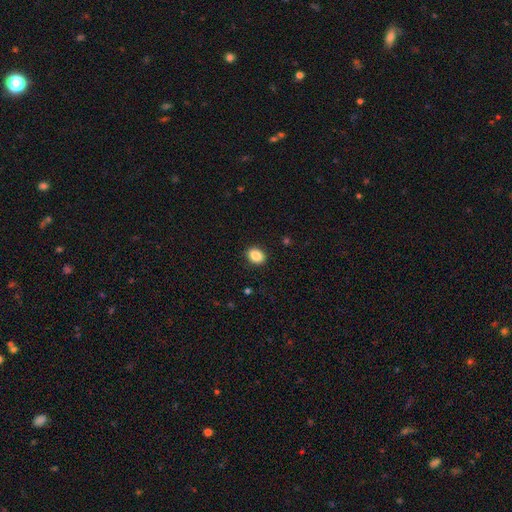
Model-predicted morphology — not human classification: Smooth or featured: smooth — 88% (star or artifact — 8%)
How rounded: in between — 66% (round — 33%)
Merging: none — 90% (minor disturbance — 7%)